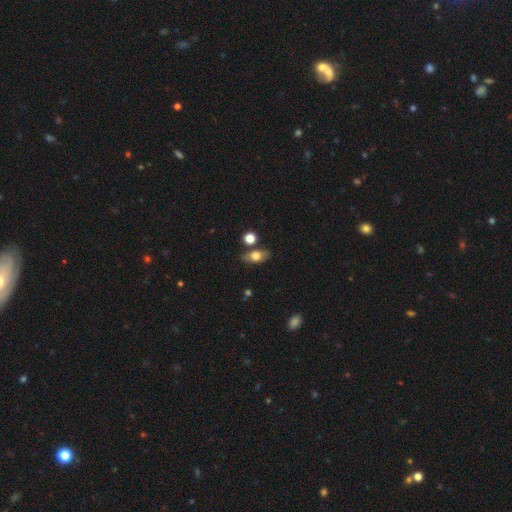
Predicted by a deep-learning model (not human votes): A smooth galaxy with no disk features (69%) that is in between round and cigar-shaped (76%). Merging: none (75%).